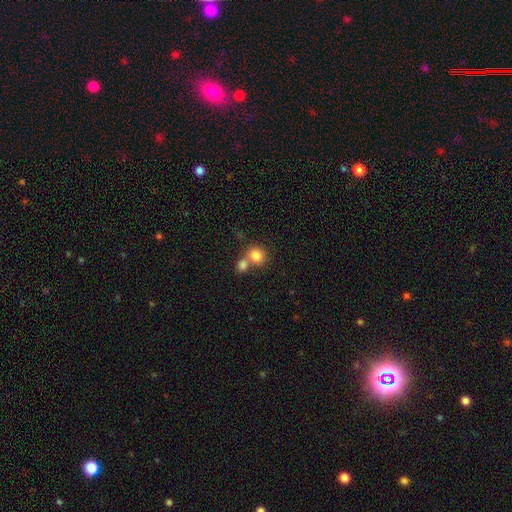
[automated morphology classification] type=smooth (82%); roundness=round (76%); merging=merger (46%).